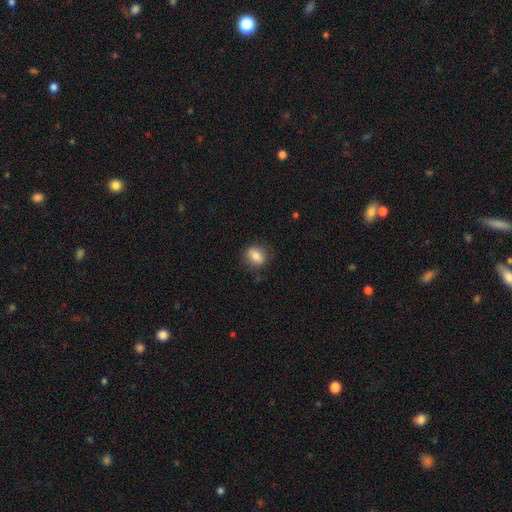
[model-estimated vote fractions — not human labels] Overall: smooth (79%). How rounded: round (50%; in between 48%). Merging: none (80%).